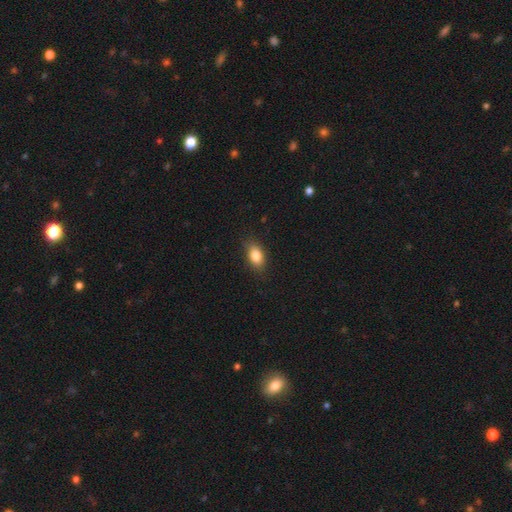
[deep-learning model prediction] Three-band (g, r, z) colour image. It shows a smooth galaxy with no disk features (83%) that is in between round and cigar-shaped (84%). Merging: none (83%).